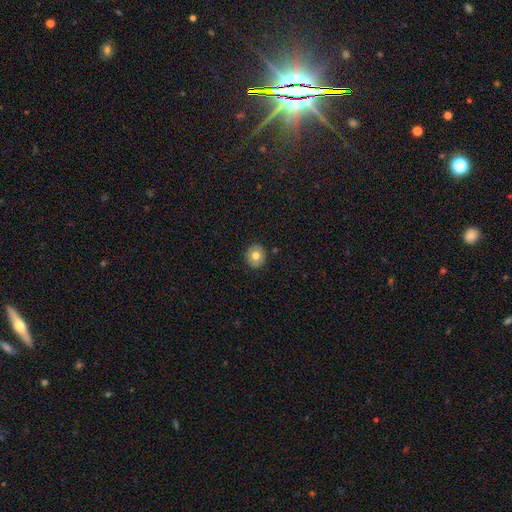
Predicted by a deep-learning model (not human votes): smooth 75%, featured or disk 16%, star or artifact 9%. Down the decision tree: how rounded — round (85%); merging — none (89%).